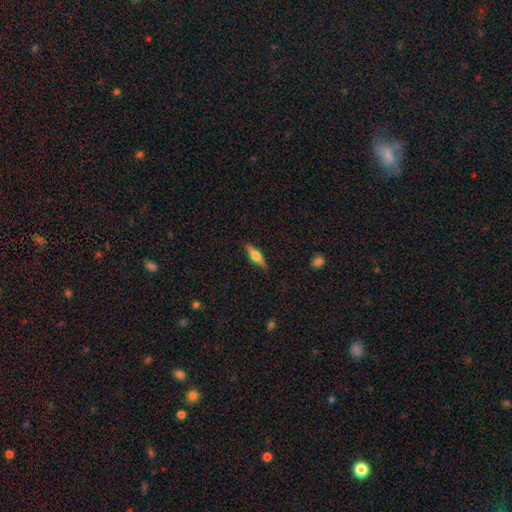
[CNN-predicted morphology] A featured or disk galaxy (48%). Merging: none (86%).